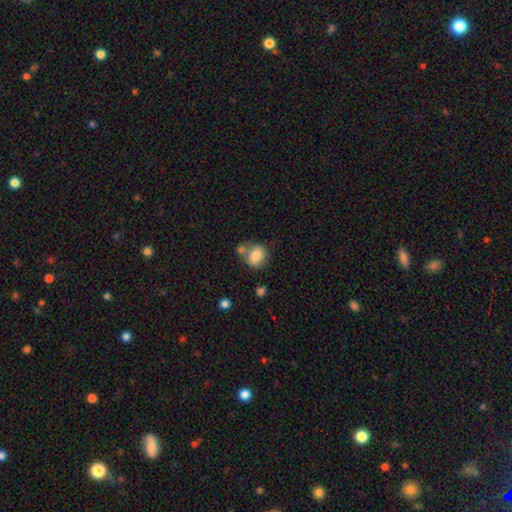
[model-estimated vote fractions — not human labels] Smooth or featured? Predicted: smooth (p=0.79). How rounded? Predicted: round (p=0.54). Merging? Predicted: none (p=0.55).